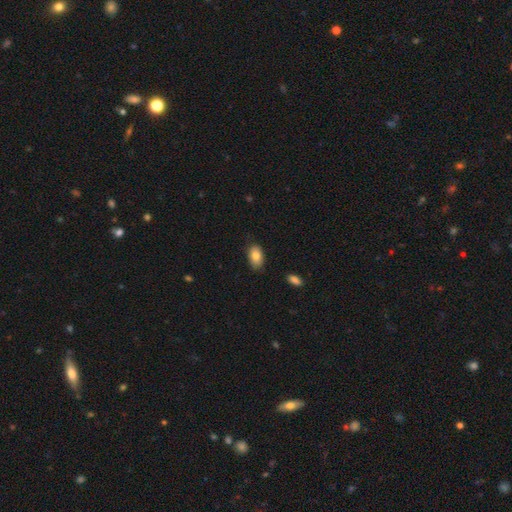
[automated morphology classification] Smooth or featured?
  - smooth: 84% *
  - featured or disk: 9%
  - star or artifact: 7%
How rounded?
  - in between: 92% *
  - round: 7%
  - cigar-shaped: 2%
Merging?
  - none: 82% *
  - minor disturbance: 14%
  - major disturbance: 2%
  - merger: 1%